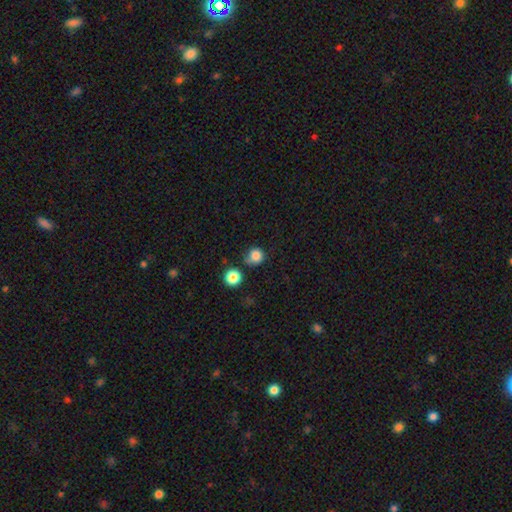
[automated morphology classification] Smooth or featured? smooth (83%)
How rounded? round (91%)
Merging? none (63%)